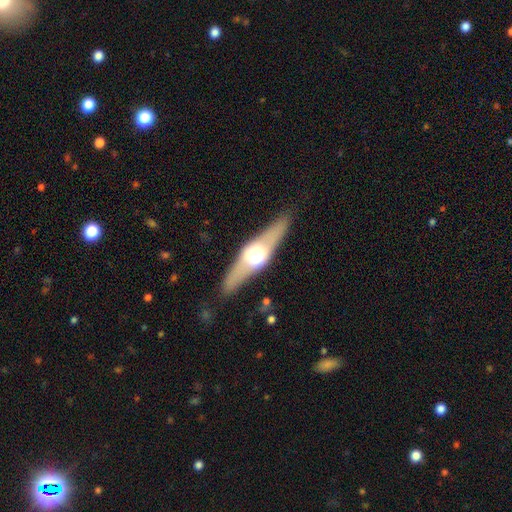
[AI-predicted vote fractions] This is likely a featured or disk galaxy (63%). It is clearly viewed edge-on (86%). Edge-on bulge: clearly rounded (91%). Merging: clearly none (85%).